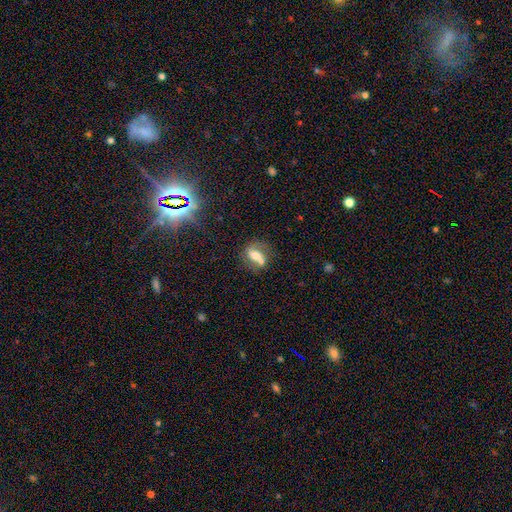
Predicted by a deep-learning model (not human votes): Morphology: type=smooth (49%); merging=none (43%).